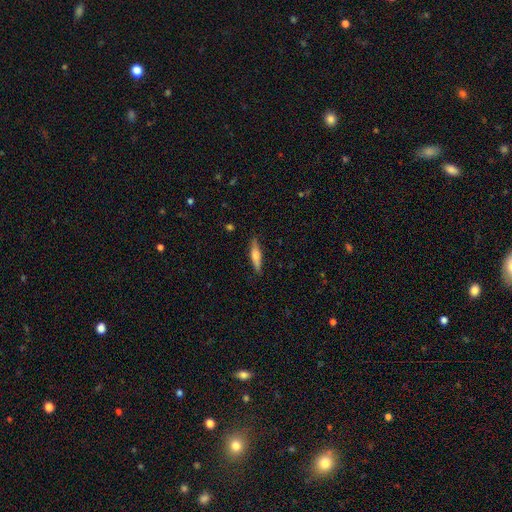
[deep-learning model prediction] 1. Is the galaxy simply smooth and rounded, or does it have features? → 56% smooth, 38% featured or disk, 6% star or artifact.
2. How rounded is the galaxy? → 79% cigar-shaped, 19% in between, 2% round.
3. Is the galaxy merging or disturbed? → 87% none, 10% minor disturbance, 2% major disturbance, 1% merger.